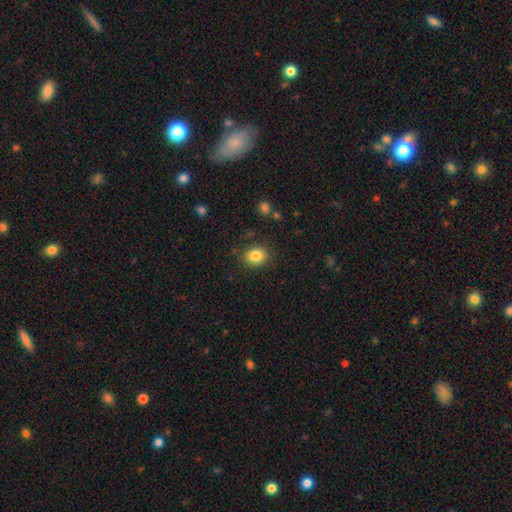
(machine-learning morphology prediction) This appears to be a smooth galaxy with no disk features (84%) that is round (59%). Merging: none (84%).